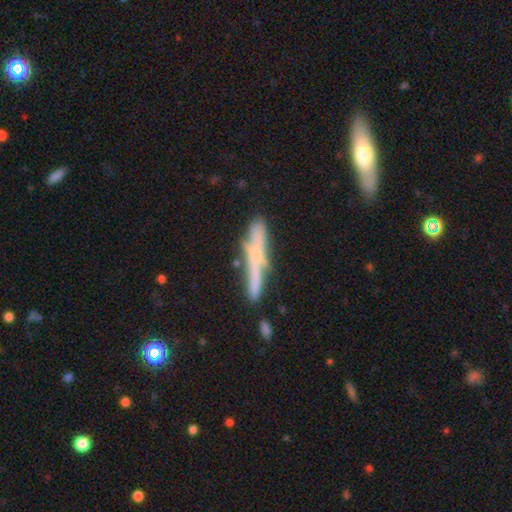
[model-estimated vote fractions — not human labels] A featured or disk galaxy (52%) viewed edge-on (85%). Merging: none (57%).